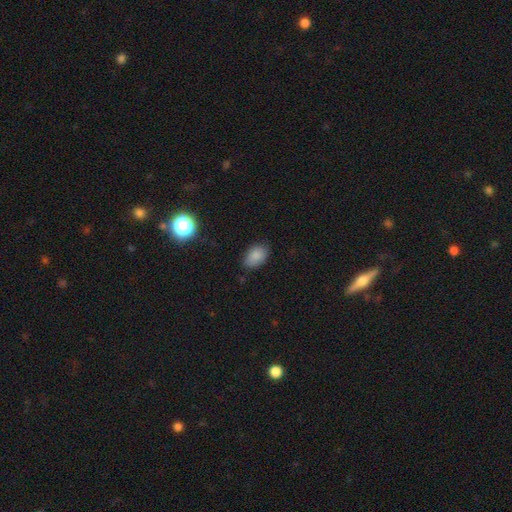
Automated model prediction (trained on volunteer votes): This is clearly a smooth galaxy (85%). How rounded: clearly in between (87%). Merging: likely none (79%).